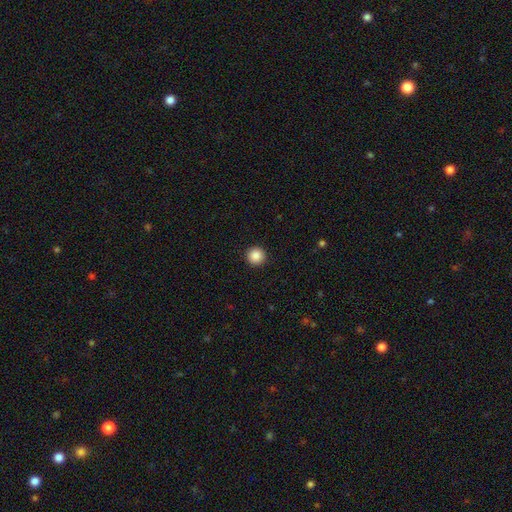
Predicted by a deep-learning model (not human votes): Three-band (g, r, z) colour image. It shows a smooth galaxy with no disk features (88%) that is round (96%). Merging: none (93%).